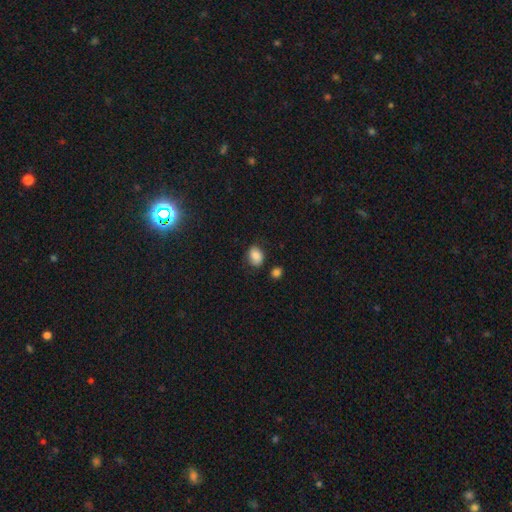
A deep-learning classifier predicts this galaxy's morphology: type=smooth (85%); roundness=in between (69%); merging=none (76%).